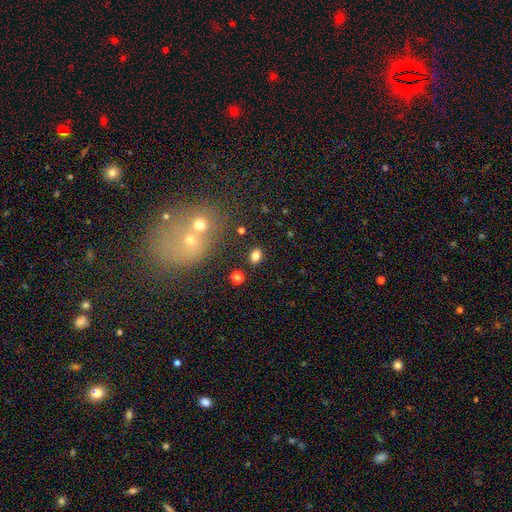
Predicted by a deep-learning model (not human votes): Smooth or featured?
  - smooth: 80% *
  - star or artifact: 13%
  - featured or disk: 7%
How rounded?
  - in between: 73% *
  - round: 26%
  - cigar-shaped: 2%
Merging?
  - none: 82% *
  - minor disturbance: 9%
  - merger: 5%
  - major disturbance: 3%